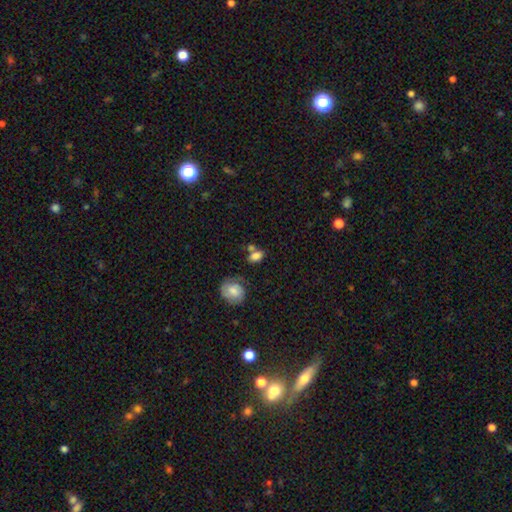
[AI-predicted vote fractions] Smooth or featured? smooth (81%)
How rounded? in between (81%)
Merging? none (51%)